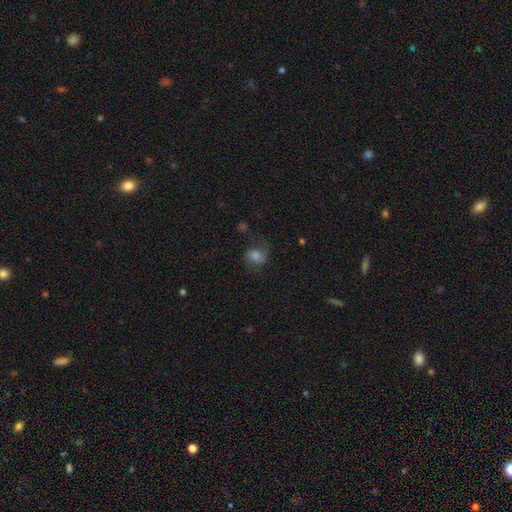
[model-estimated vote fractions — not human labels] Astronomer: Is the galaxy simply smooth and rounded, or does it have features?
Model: smooth — 45% (runner-up: featured or disk, 41%).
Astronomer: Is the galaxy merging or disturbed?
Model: none — 56%.